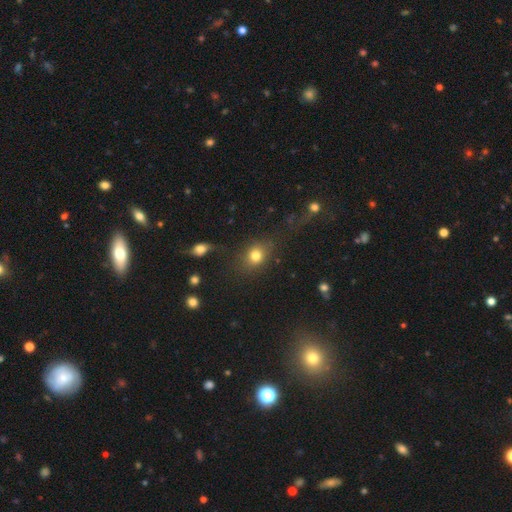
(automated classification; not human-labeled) A smooth galaxy with no disk features (78%) that is round (57%). Merging: none (72%).